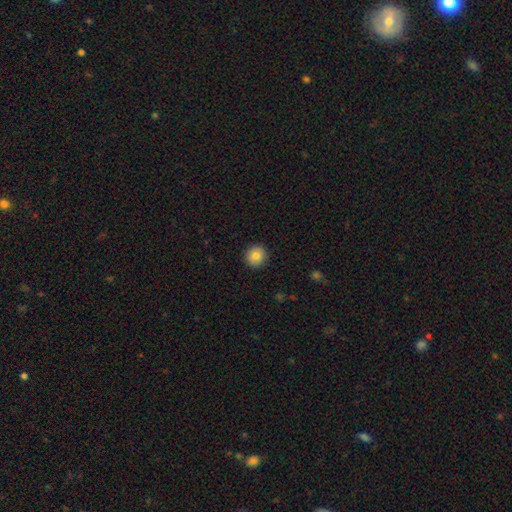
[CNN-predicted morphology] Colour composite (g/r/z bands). It shows a smooth galaxy with no disk features (83%) that is round (94%). Merging: none (93%).